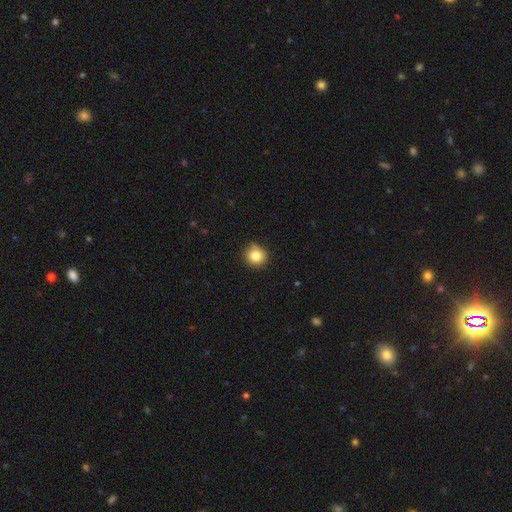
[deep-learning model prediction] Morphology: type=smooth (83%); roundness=round (89%); merging=none (77%).